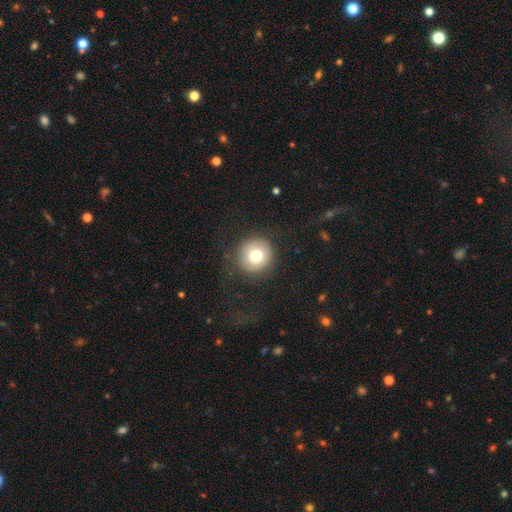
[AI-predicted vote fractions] Smooth or featured? smooth (72%)
How rounded? round (93%)
Merging? none (83%)